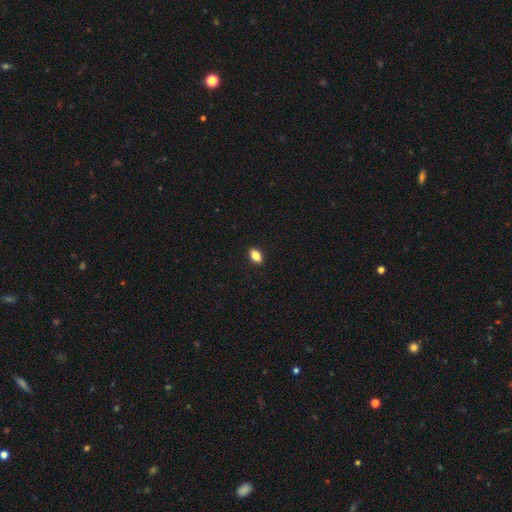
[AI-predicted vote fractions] This appears to be a smooth galaxy with no disk features (82%) that is in between round and cigar-shaped (84%). Merging: none (90%).